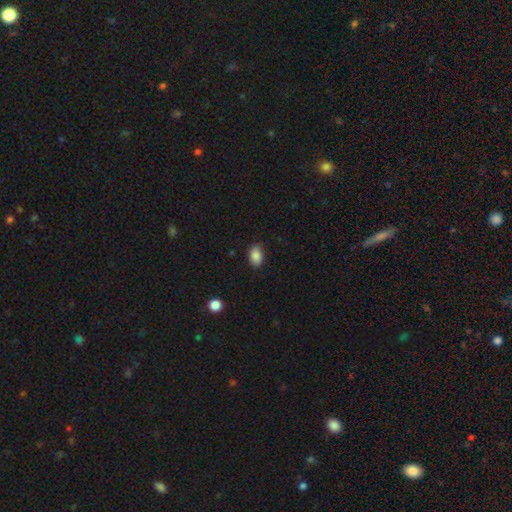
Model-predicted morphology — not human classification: This appears to be a smooth galaxy with no disk features (87%) that is in between round and cigar-shaped (85%). Merging: none (85%).